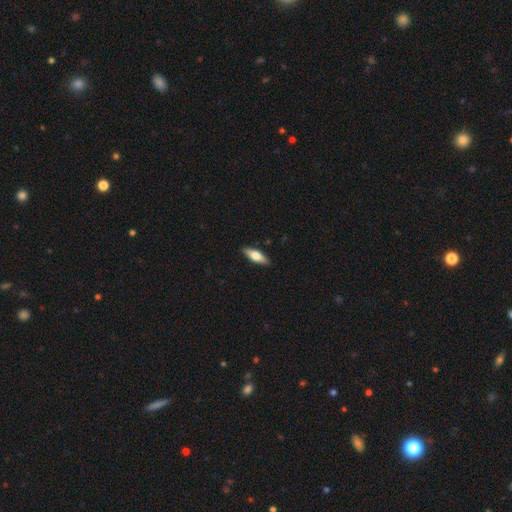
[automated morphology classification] smooth 62%, featured or disk 32%, star or artifact 6%. Down the decision tree: how rounded — in between (58%); merging — none (89%).